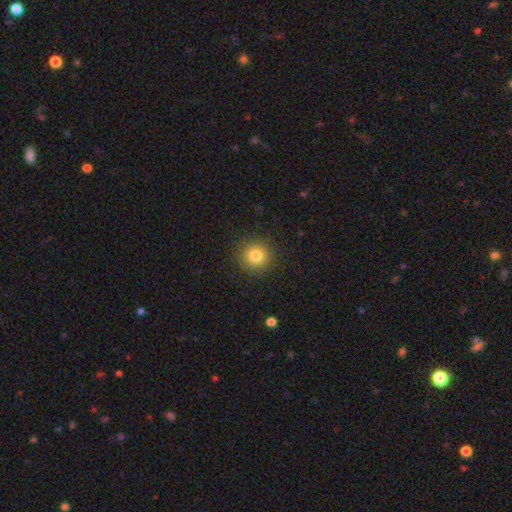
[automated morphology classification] Smooth or featured? Predicted: smooth (p=0.82). How rounded? Predicted: round (p=0.90). Merging? Predicted: none (p=0.90).